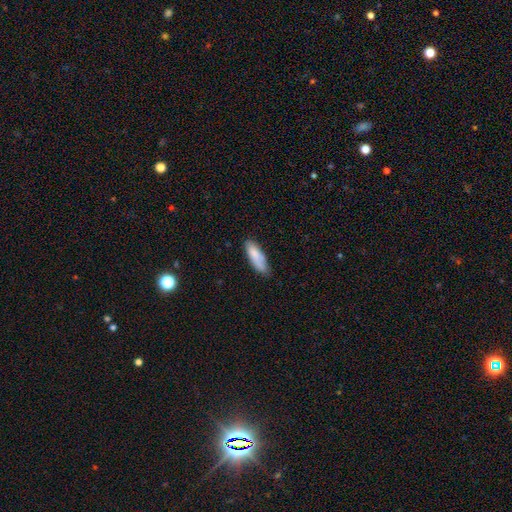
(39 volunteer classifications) Morphology: type=smooth (87%); roundness=in between (68%); merging=none (68%).